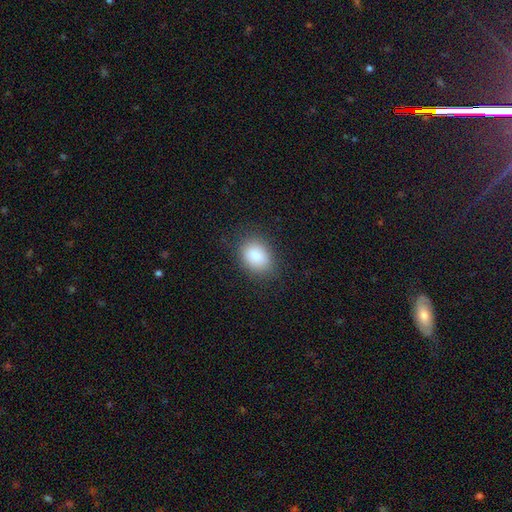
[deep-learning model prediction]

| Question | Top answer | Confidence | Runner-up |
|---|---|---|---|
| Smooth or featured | smooth | 87% | star or artifact (8%) |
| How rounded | in between | 71% | round (28%) |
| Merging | none | 82% | minor disturbance (13%) |